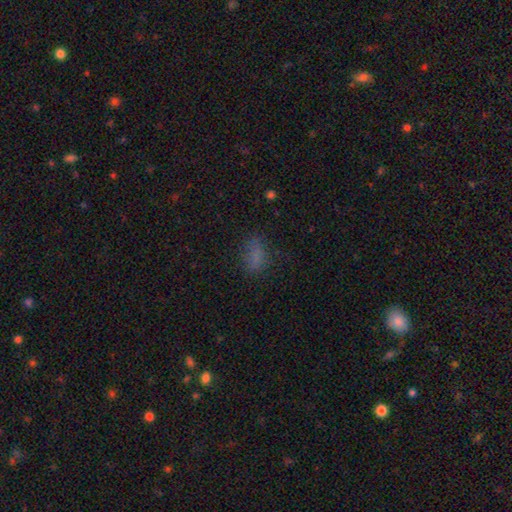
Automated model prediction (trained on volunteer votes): smooth 76%, star or artifact 16%, featured or disk 7%. Down the decision tree: how rounded — in between (86%); merging — none (69%).